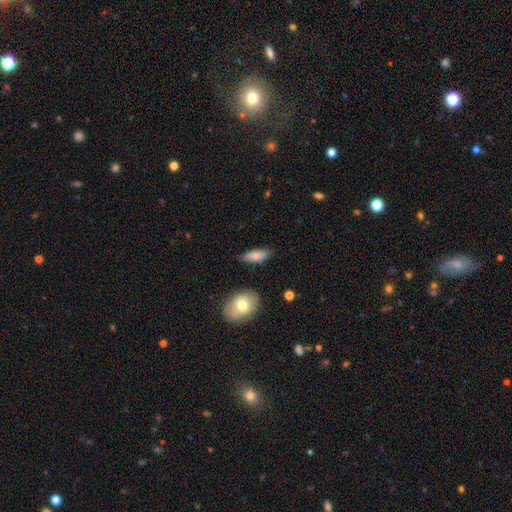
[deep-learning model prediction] A smooth galaxy with no disk features (78%) that is in between round and cigar-shaped (75%).

Vote fractions:
- Smooth or featured? smooth: 78% / featured or disk: 15% / star or artifact: 7%
- How rounded? in between: 75% / cigar-shaped: 22% / round: 3%
- Merging? none: 76% / minor disturbance: 18% / major disturbance: 4% / merger: 3%